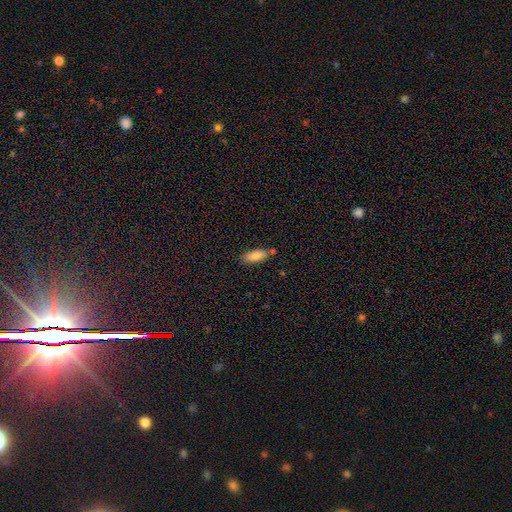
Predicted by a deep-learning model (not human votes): Q: Smooth or featured?
A: smooth (85%); runner-up: featured or disk (8%)
Q: How rounded?
A: in between (69%); runner-up: cigar-shaped (29%)
Q: Merging?
A: none (67%); runner-up: minor disturbance (17%)